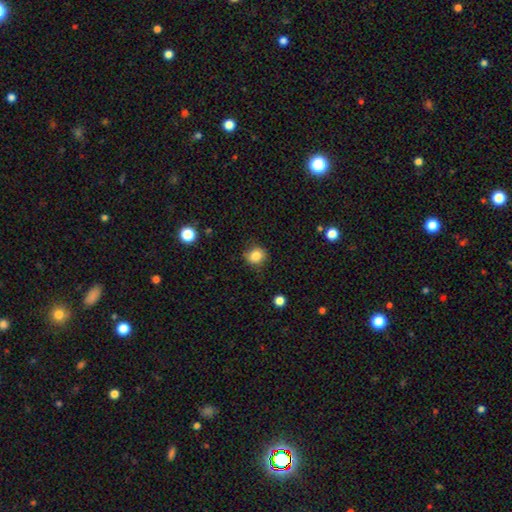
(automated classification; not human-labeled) Q: Smooth or featured?
A: smooth (83%); runner-up: star or artifact (11%)
Q: How rounded?
A: round (80%); runner-up: in between (19%)
Q: Merging?
A: none (78%); runner-up: minor disturbance (17%)